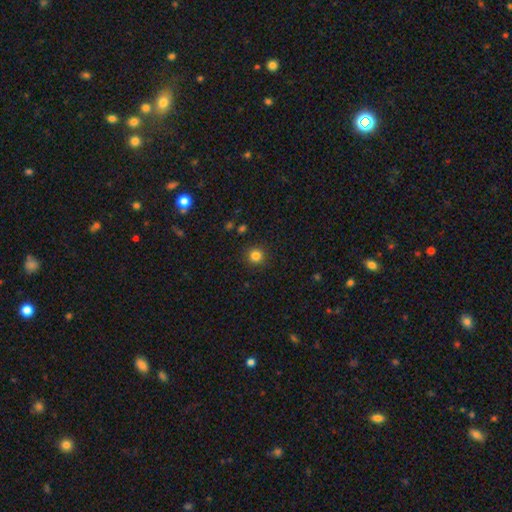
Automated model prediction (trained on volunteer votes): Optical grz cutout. It shows a smooth galaxy with no disk features (83%) that is round (94%). Merging: none (91%).